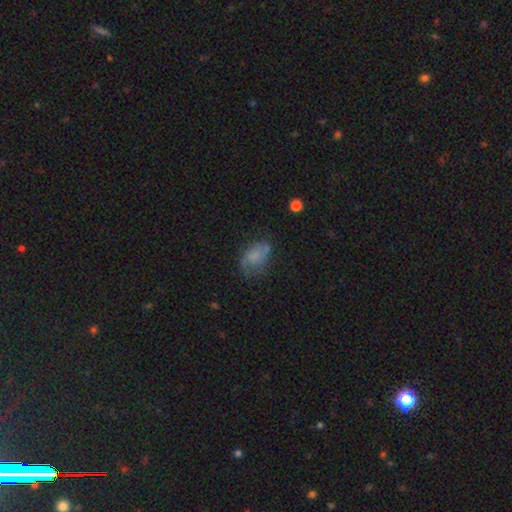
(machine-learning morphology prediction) A smooth galaxy with no disk features (64%) that is in between round and cigar-shaped (83%).

Vote fractions:
- Smooth or featured? smooth: 64% / featured or disk: 25% / star or artifact: 11%
- How rounded? in between: 83% / round: 15% / cigar-shaped: 2%
- Merging? none: 48% / minor disturbance: 30% / major disturbance: 17% / merger: 5%